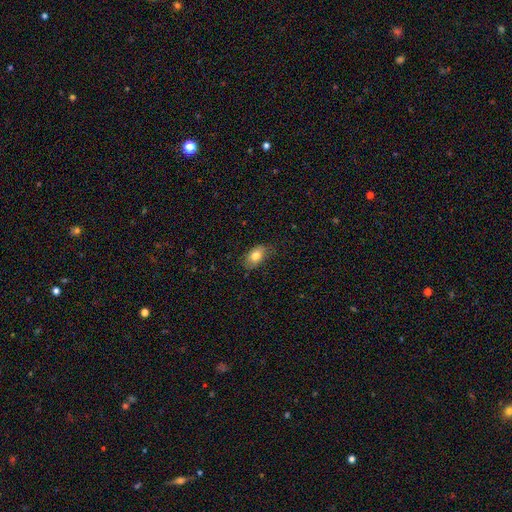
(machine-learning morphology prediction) type=smooth (78%); roundness=in between (89%); merging=none (74%).